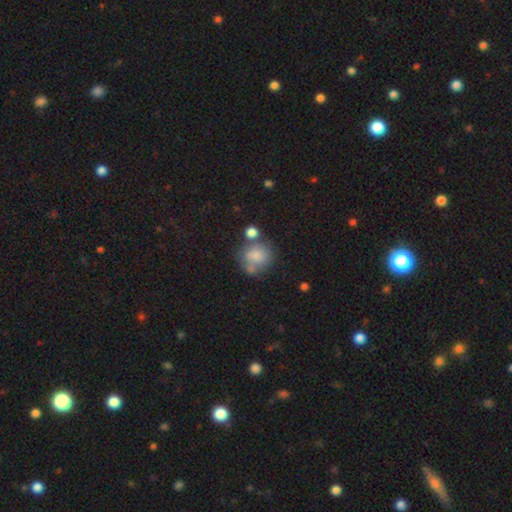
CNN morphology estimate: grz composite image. It shows a smooth galaxy with no disk features (72%) that is round (77%). Merging: none (41%).